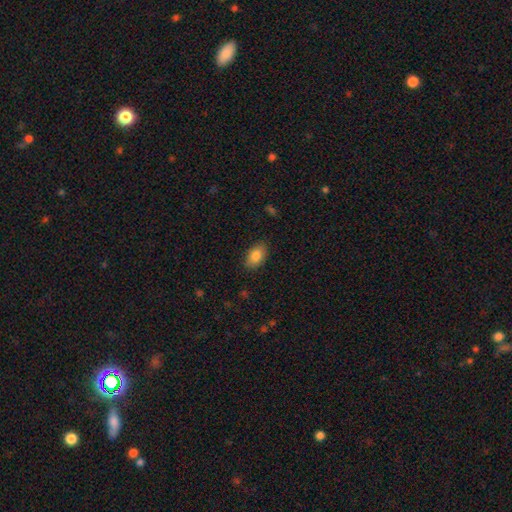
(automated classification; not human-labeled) smooth 85%, star or artifact 7%, featured or disk 7%. Down the decision tree: how rounded — in between (90%); merging — none (86%).